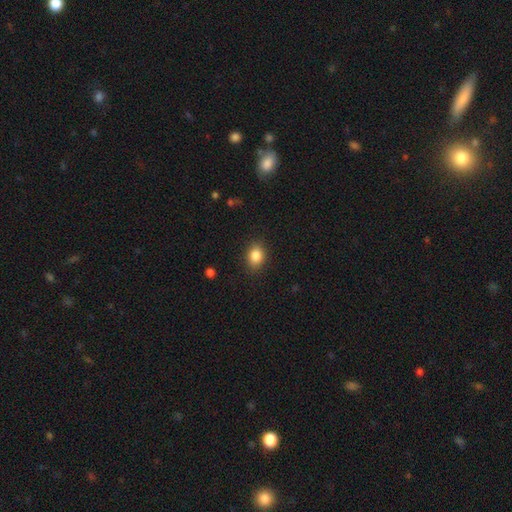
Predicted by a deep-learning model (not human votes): Smooth or featured? Predicted: smooth (p=0.85). How rounded? Predicted: in between (p=0.57). Merging? Predicted: none (p=0.86).